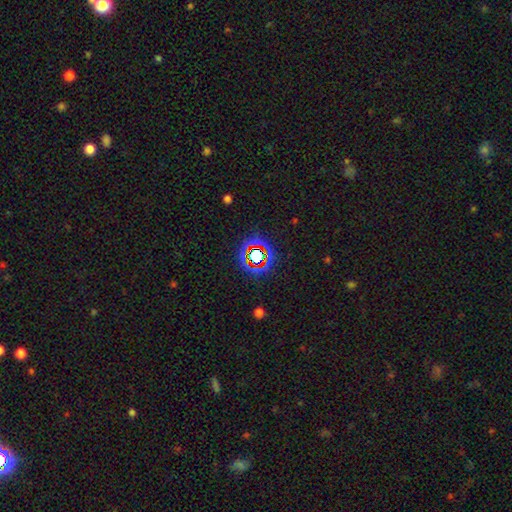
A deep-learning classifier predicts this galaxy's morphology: The model was most divided on "smooth or featured": star or artifact: 70%, smooth: 19%, featured or disk: 11%.